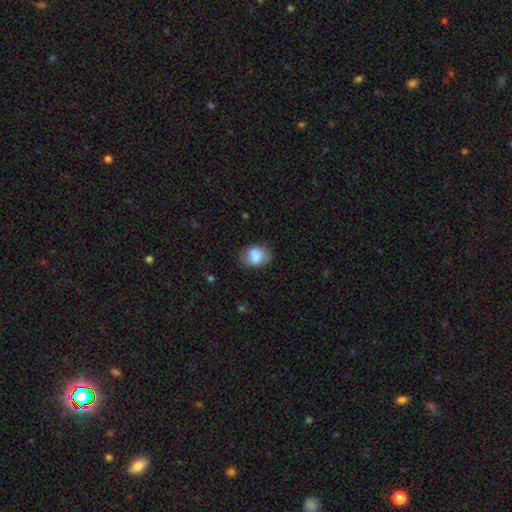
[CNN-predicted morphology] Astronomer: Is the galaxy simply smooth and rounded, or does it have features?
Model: smooth — 83%.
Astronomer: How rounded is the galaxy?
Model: in between — 60% (runner-up: round, 39%).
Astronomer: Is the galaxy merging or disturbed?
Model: none — 71%.